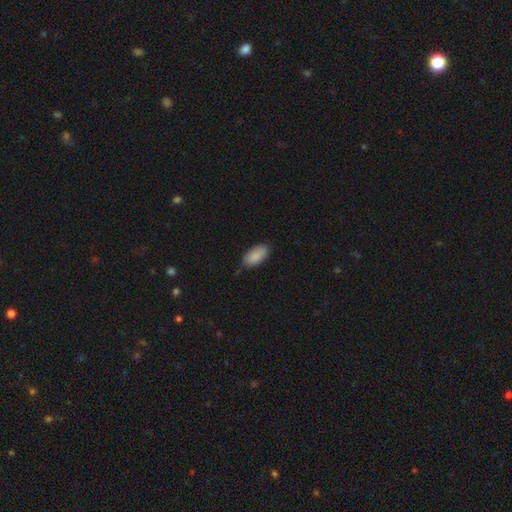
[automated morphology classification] type=smooth (90%); roundness=in between (94%); merging=none (83%).